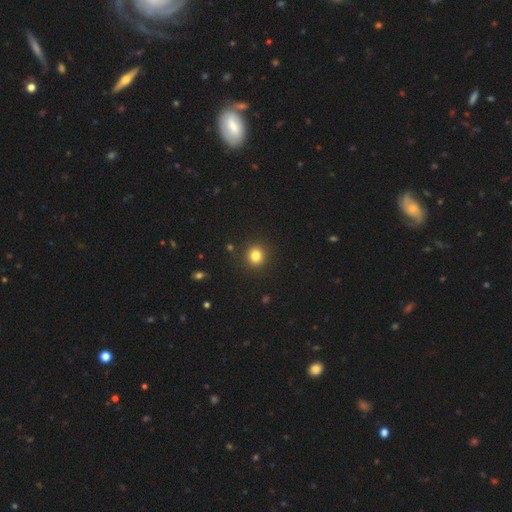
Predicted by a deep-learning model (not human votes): This appears to be a smooth galaxy with no disk features (82%) that is round (89%). Merging: none (91%).